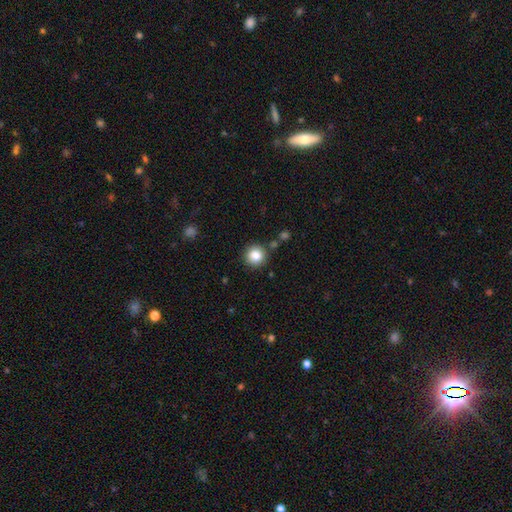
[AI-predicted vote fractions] Smooth or featured? Predicted: smooth (p=0.85). How rounded? Predicted: round (p=0.94). Merging? Predicted: none (p=0.86).